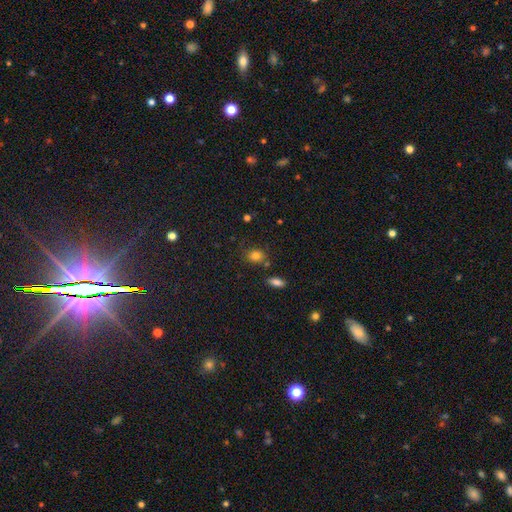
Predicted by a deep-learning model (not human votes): The model was most divided on "how rounded": round: 50%, in between: 48%, cigar-shaped: 2%. More confident: smooth or featured — smooth (80%); merging — none (74%).